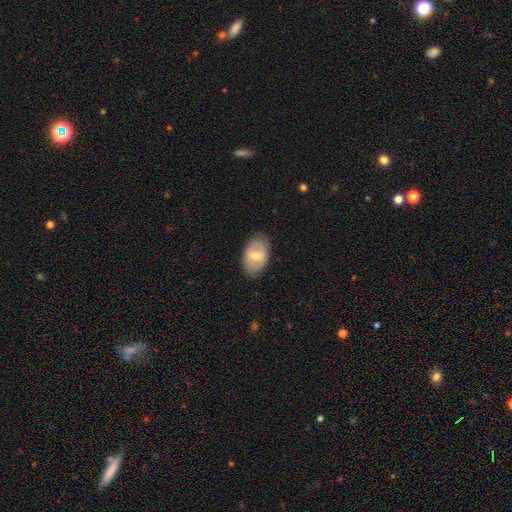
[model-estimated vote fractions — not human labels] The model was most divided on "smooth or featured": smooth: 53%, featured or disk: 41%, star or artifact: 6%. More confident: how rounded — in between (88%); merging — none (83%).